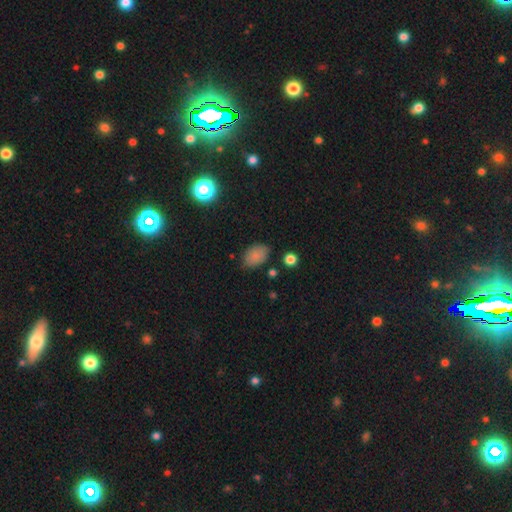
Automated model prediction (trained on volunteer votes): smooth 84%, star or artifact 10%, featured or disk 6%. Down the decision tree: how rounded — in between (87%); merging — none (76%).